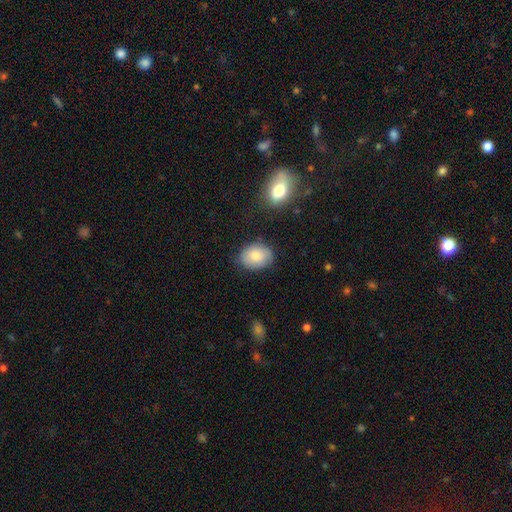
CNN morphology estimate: A smooth galaxy with no disk features (81%) that is in between round and cigar-shaped (68%). Merging: none (78%).